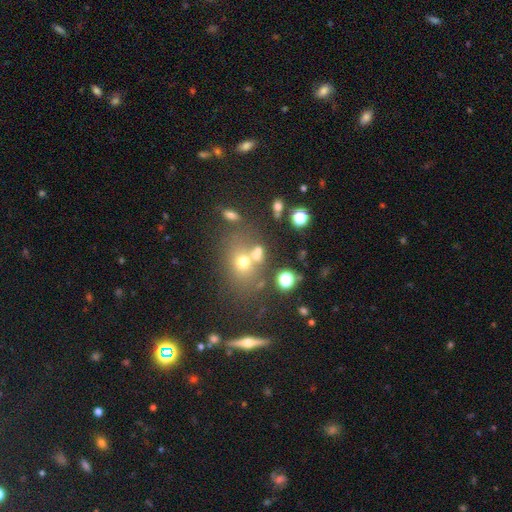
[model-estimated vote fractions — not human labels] smooth 60%, star or artifact 22%, featured or disk 18%. Down the decision tree: how rounded — round (58%); merging — none (48%).